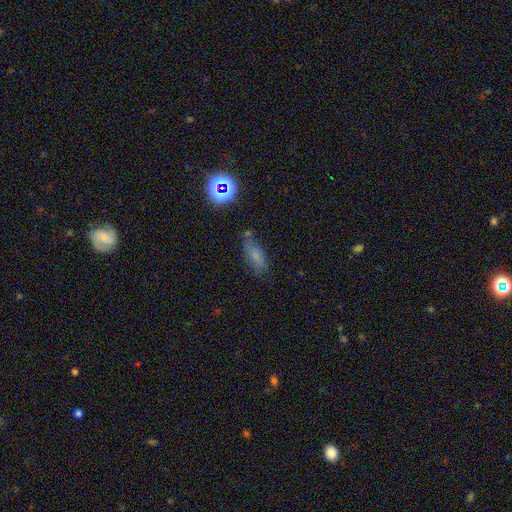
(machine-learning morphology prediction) Smooth or featured?
  - smooth: 66% *
  - star or artifact: 19%
  - featured or disk: 15%
How rounded?
  - in between: 69% *
  - cigar-shaped: 26%
  - round: 6%
Merging?
  - none: 62% *
  - minor disturbance: 22%
  - major disturbance: 8%
  - merger: 8%